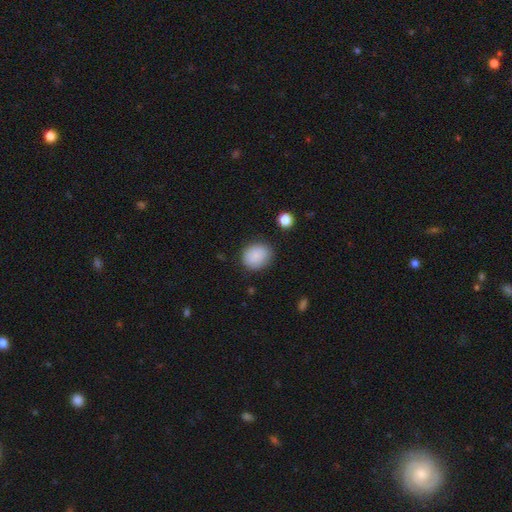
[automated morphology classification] type=smooth (84%); roundness=round (61%); merging=none (81%).